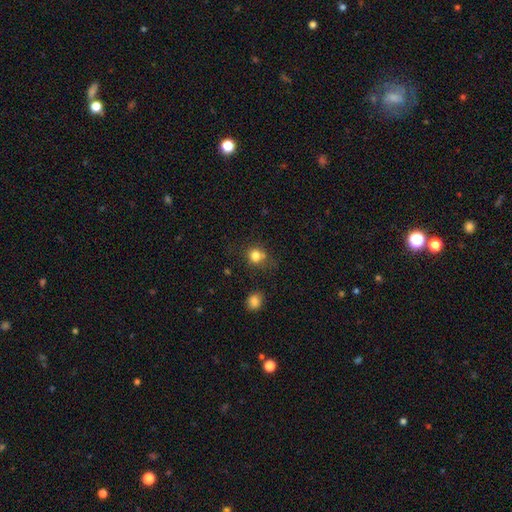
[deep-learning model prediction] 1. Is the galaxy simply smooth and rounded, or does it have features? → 79% smooth, 13% star or artifact, 8% featured or disk.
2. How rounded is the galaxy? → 79% round, 21% in between, 1% cigar-shaped.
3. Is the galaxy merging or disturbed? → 57% none, 18% merger, 18% minor disturbance, 7% major disturbance.